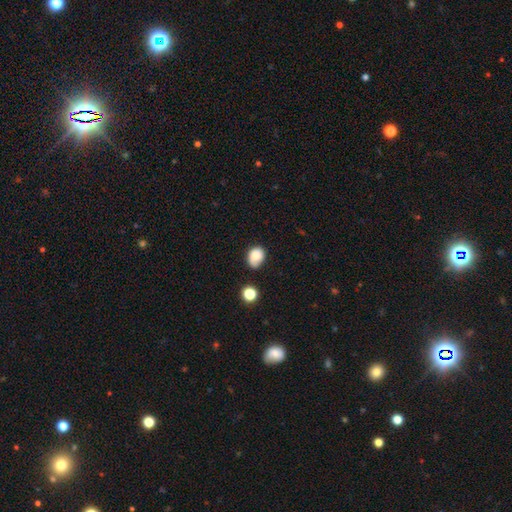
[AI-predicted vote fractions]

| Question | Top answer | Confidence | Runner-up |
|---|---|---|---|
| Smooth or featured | smooth | 82% | star or artifact (9%) |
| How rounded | in between | 60% | round (39%) |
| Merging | none | 53% | minor disturbance (32%) |